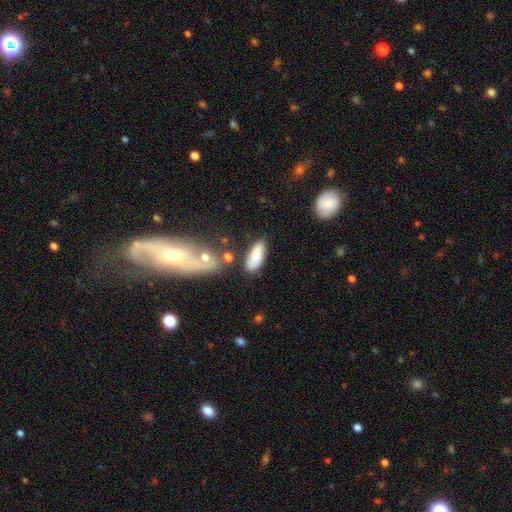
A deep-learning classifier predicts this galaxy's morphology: Overall: smooth (80%). How rounded: in between (75%). Merging: none (72%).